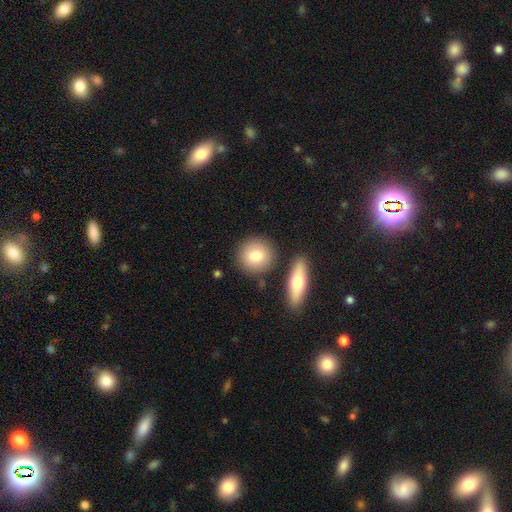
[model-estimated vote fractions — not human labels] smooth-or-featured: smooth: 78% | featured or disk: 15% | star or artifact: 7%
  how-rounded: round: 86% | in between: 12% | cigar-shaped: 2%
  merging: none: 81% | minor disturbance: 8% | merger: 8% | major disturbance: 3%